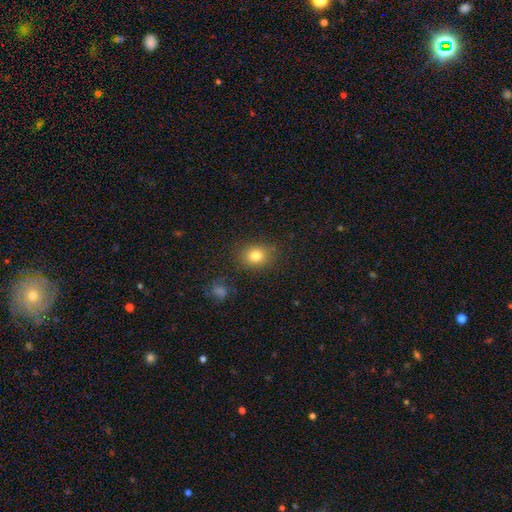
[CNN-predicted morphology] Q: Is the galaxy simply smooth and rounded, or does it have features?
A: smooth — 80%.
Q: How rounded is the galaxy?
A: round — 57%.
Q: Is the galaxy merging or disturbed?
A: none — 83%.